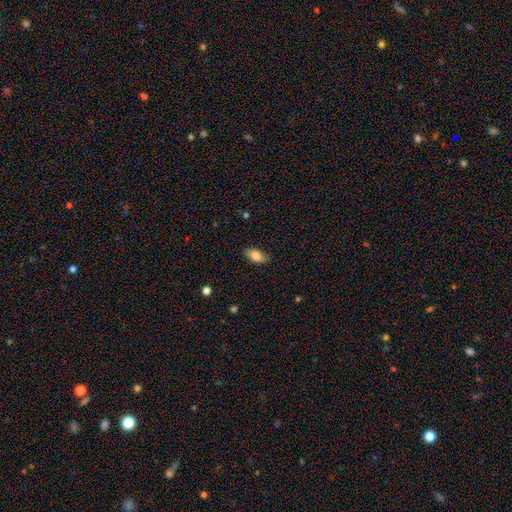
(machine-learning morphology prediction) Smooth or featured? smooth (79%)
How rounded? in between (88%)
Merging? none (86%)